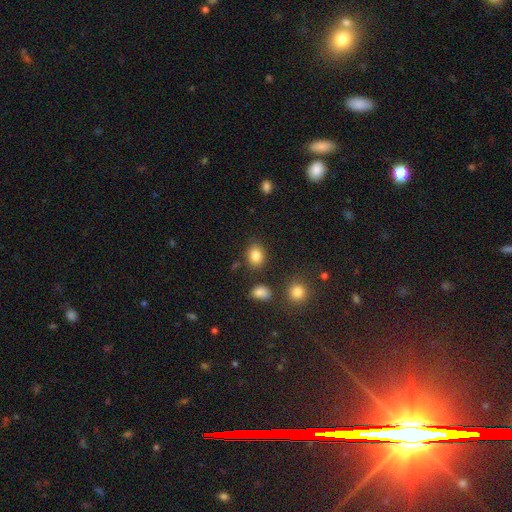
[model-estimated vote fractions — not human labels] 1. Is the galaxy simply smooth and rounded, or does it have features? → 84% smooth, 10% star or artifact, 6% featured or disk.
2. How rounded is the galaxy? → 57% in between, 42% round, 1% cigar-shaped.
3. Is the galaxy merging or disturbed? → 81% none, 11% minor disturbance, 4% merger, 4% major disturbance.